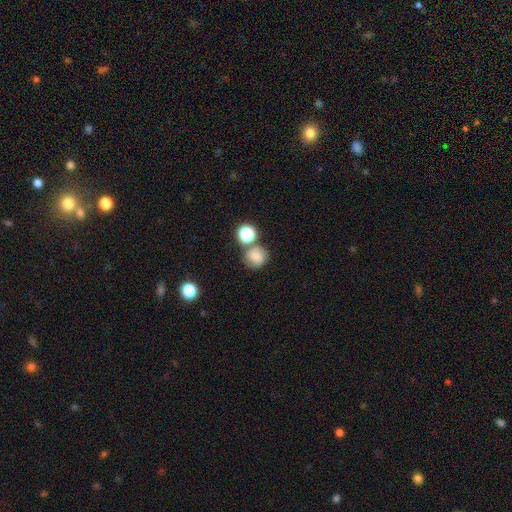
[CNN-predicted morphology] A smooth galaxy with no disk features (61%) that is round (84%). Merging: none (60%).